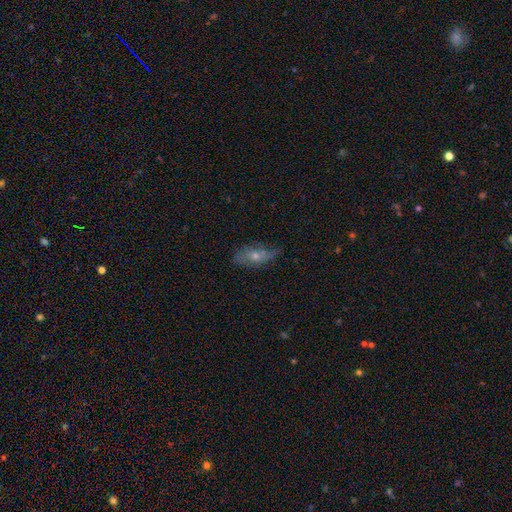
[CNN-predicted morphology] The model was most divided on "smooth or featured": featured or disk: 50%, smooth: 38%, star or artifact: 12%. More confident: edge-on disk — no (74%); merging — none (67%).